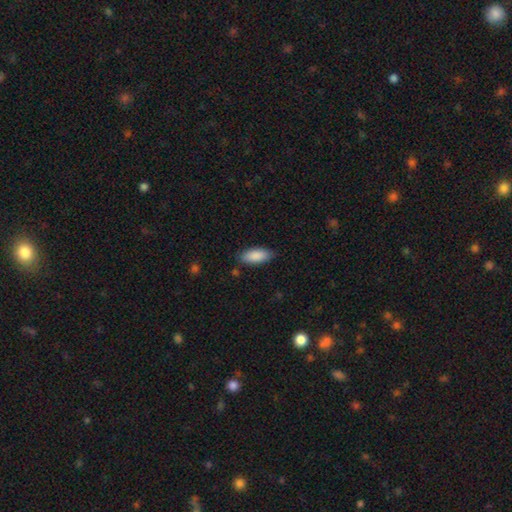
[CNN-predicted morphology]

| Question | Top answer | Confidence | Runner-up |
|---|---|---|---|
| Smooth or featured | smooth | 88% | star or artifact (6%) |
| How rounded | in between | 84% | cigar-shaped (15%) |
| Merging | none | 81% | minor disturbance (14%) |